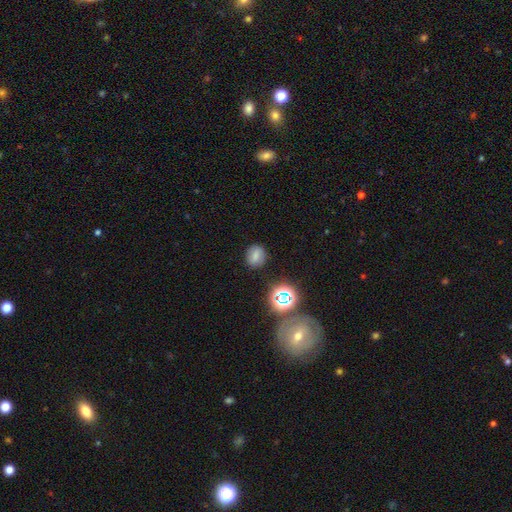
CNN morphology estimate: Overall: smooth (68%). How rounded: round (63%; in between 36%). Merging: none (84%).